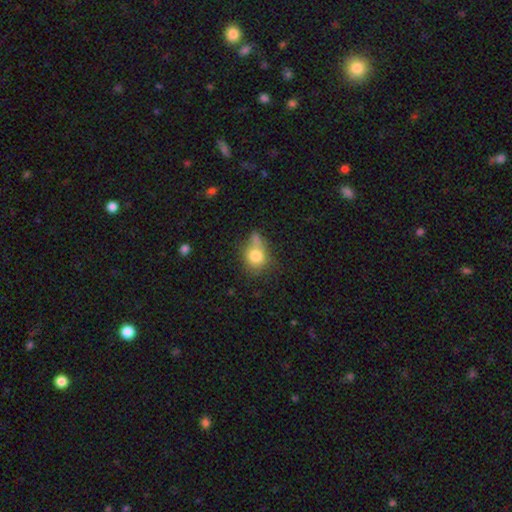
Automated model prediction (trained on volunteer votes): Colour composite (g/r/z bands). It shows a smooth galaxy with no disk features (77%) that is round (59%). Merging: none (42%).